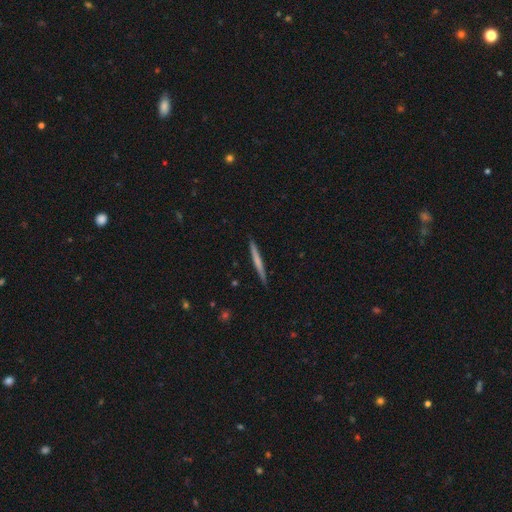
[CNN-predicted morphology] featured or disk 43%, smooth 36%, star or artifact 21%. Down the decision tree: merging — none (85%).